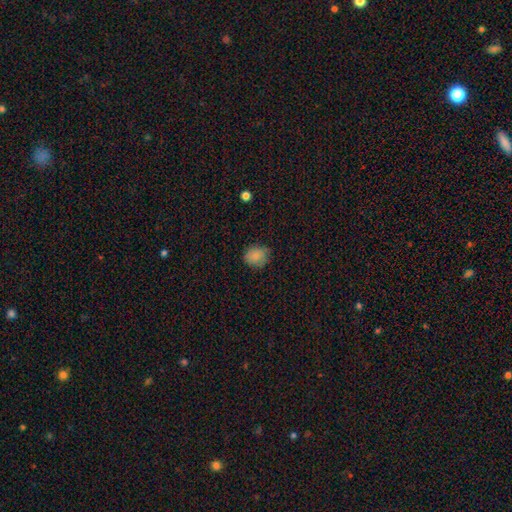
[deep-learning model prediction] Morphology: type=smooth (84%); roundness=round (63%); merging=none (74%).